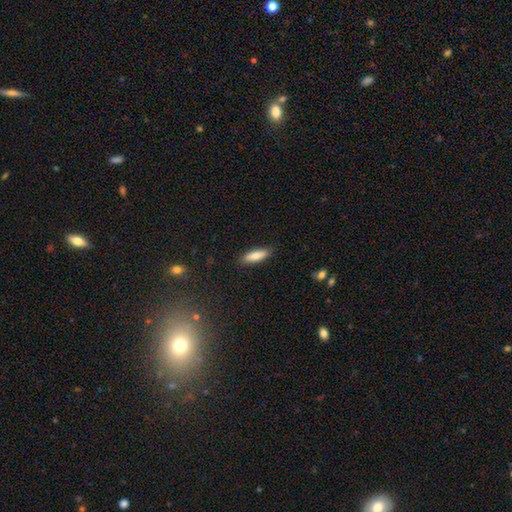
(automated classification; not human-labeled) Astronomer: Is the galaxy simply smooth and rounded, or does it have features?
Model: smooth — 80%.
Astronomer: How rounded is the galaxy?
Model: cigar-shaped — 51% (runner-up: in between, 47%).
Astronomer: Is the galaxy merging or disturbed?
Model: none — 88%.